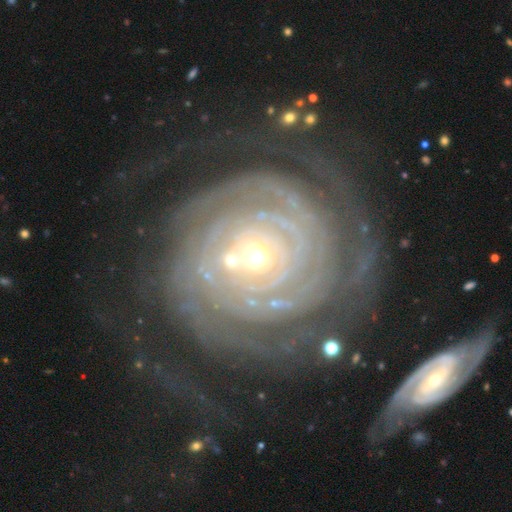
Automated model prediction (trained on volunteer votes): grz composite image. It shows a featured or disk galaxy (90%) with no bar (74%), tight (87%) spiral arms (97%) and a small central bulge (62%). Merging: none (57%).